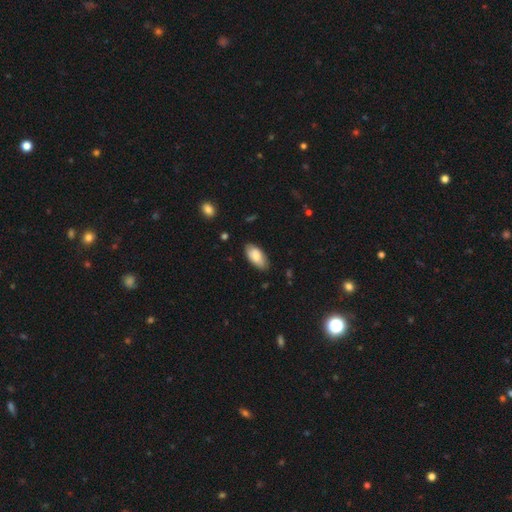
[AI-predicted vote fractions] The model was most divided on "merging": none: 81%, minor disturbance: 16%, major disturbance: 3%, merger: 1%. More confident: how rounded — in between (93%); smooth or featured — smooth (80%).